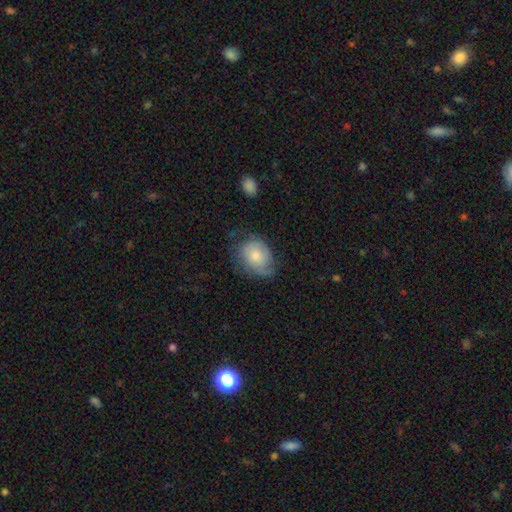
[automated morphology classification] The model was most divided on "how rounded": round: 50%, in between: 49%, cigar-shaped: 1%. Remaining: smooth or featured — smooth (56%); merging — none (50%).